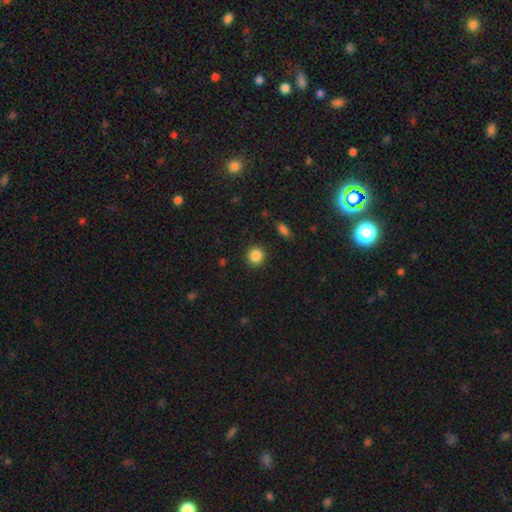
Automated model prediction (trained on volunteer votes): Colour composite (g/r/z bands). It shows a smooth galaxy with no disk features (86%) that is round (91%). Merging: none (91%).